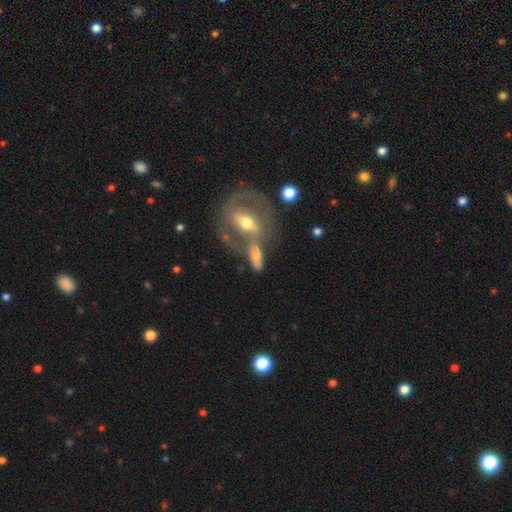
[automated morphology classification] Smooth or featured? Predicted: featured or disk (p=0.51). Edge-on disk? Predicted: no (p=0.71). Merging? Predicted: none (p=0.40).